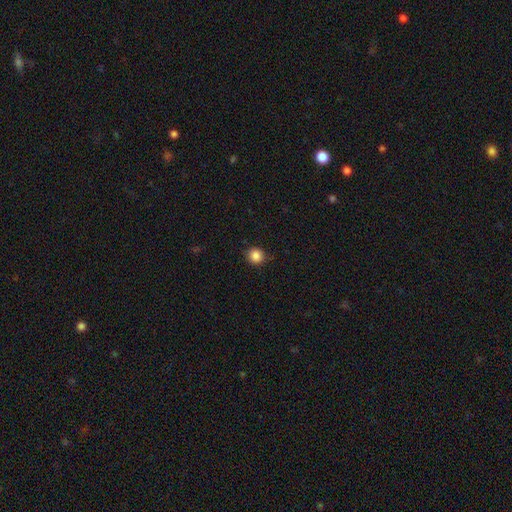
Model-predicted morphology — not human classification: This appears to be a smooth galaxy with no disk features (86%) that is round (91%). Merging: none (87%).